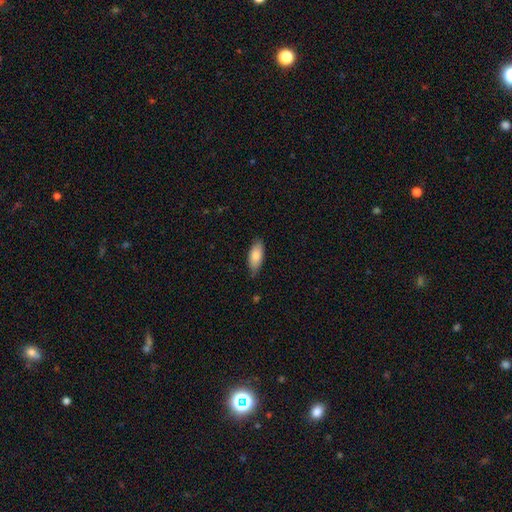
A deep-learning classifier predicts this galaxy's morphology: type=smooth (83%); roundness=in between (83%); merging=none (75%).